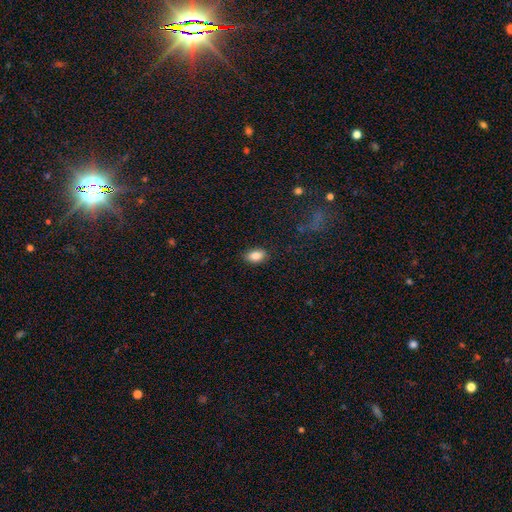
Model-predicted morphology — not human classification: smooth-or-featured: smooth: 85% | star or artifact: 8% | featured or disk: 7%
  how-rounded: in between: 88% | round: 10% | cigar-shaped: 2%
  merging: none: 85% | minor disturbance: 11% | major disturbance: 2% | merger: 1%